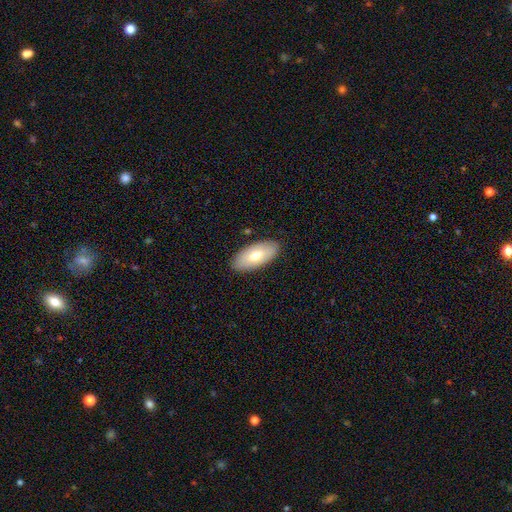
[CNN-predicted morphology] Q: Smooth or featured?
A: smooth (66%); runner-up: featured or disk (28%)
Q: How rounded?
A: in between (92%); runner-up: cigar-shaped (6%)
Q: Merging?
A: none (87%); runner-up: minor disturbance (9%)